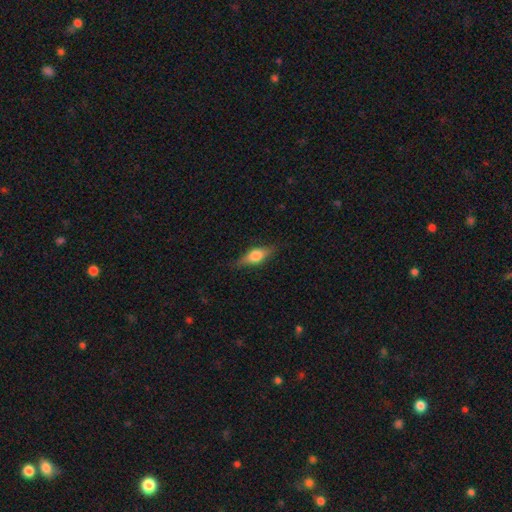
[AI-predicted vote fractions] Morphology: type=smooth (53%); roundness=in between (63%); merging=none (81%).